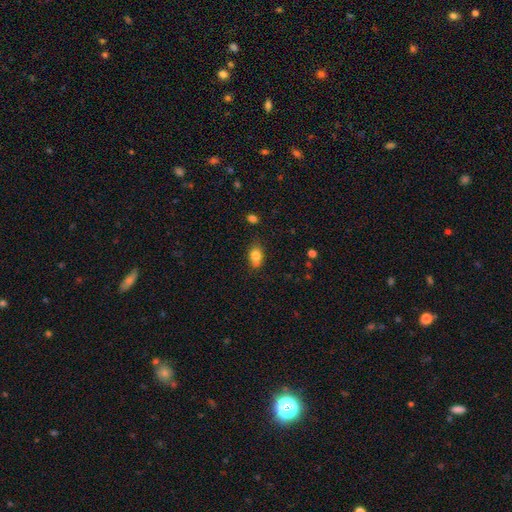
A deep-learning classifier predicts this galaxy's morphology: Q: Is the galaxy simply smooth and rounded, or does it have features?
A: smooth — 82%.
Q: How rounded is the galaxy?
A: in between — 80%.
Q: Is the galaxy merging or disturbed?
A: none — 71%.